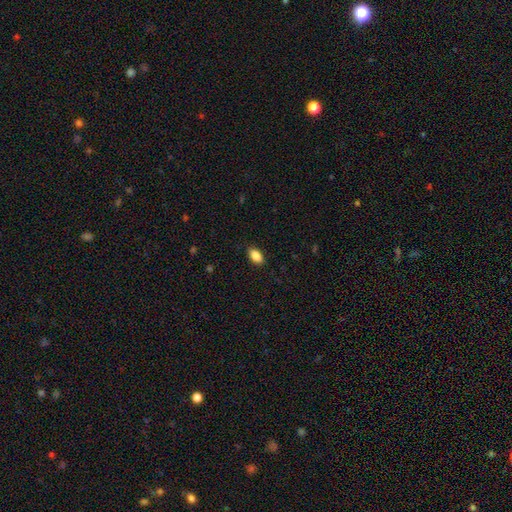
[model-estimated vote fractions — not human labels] A smooth galaxy with no disk features (88%) that is in between round and cigar-shaped (91%).

Vote fractions:
- Smooth or featured? smooth: 88% / star or artifact: 8% / featured or disk: 4%
- How rounded? in between: 91% / round: 5% / cigar-shaped: 3%
- Merging? none: 88% / minor disturbance: 9% / major disturbance: 2% / merger: 1%